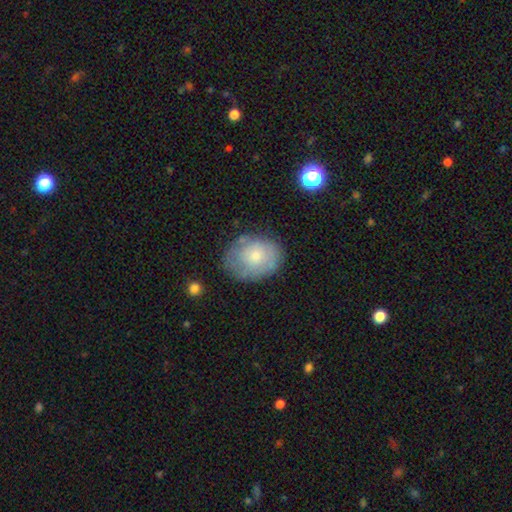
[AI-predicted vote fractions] The model was most divided on "how rounded": in between: 61%, round: 38%, cigar-shaped: 1%. More confident: merging — none (68%); smooth or featured — smooth (66%).